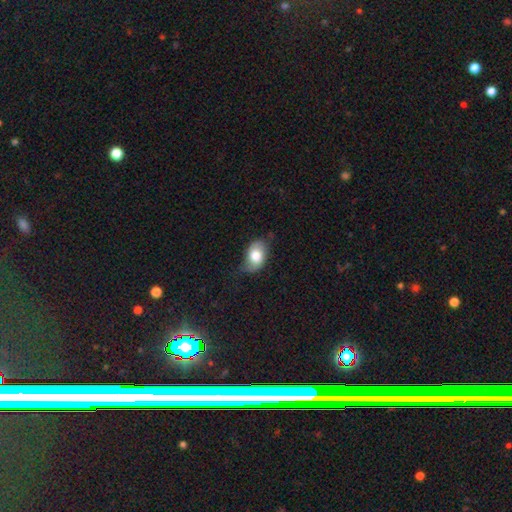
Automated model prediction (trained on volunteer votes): This is likely a smooth galaxy (75%). How rounded: clearly in between (85%). Merging: possibly none (57%).